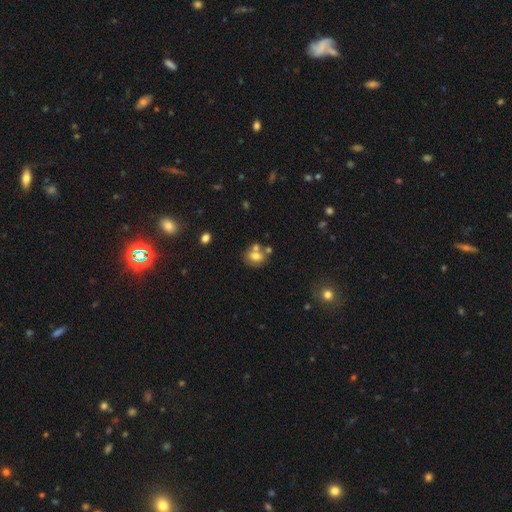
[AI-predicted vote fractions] A smooth galaxy with no disk features (69%) that is round (54%). Merging: none (52%).